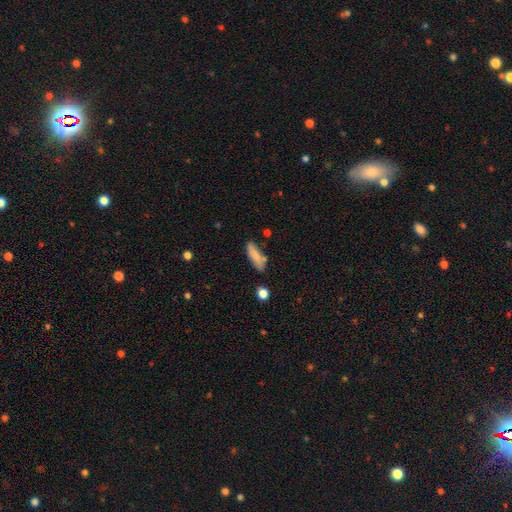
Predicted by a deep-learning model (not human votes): Q: Smooth or featured?
A: smooth (81%); runner-up: featured or disk (12%)
Q: How rounded?
A: in between (52%); runner-up: cigar-shaped (46%)
Q: Merging?
A: none (71%); runner-up: minor disturbance (18%)